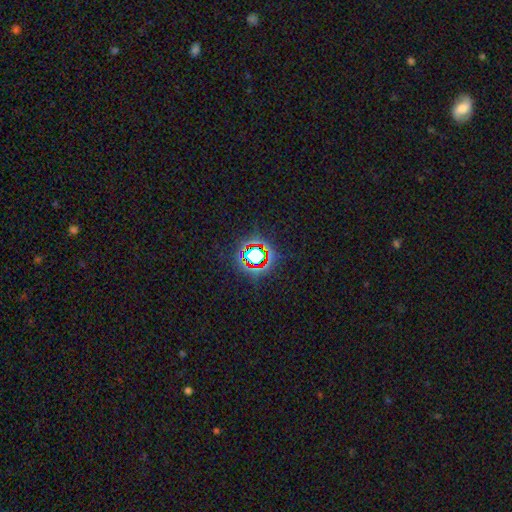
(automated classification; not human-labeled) Morphology: type=star or artifact (73%).